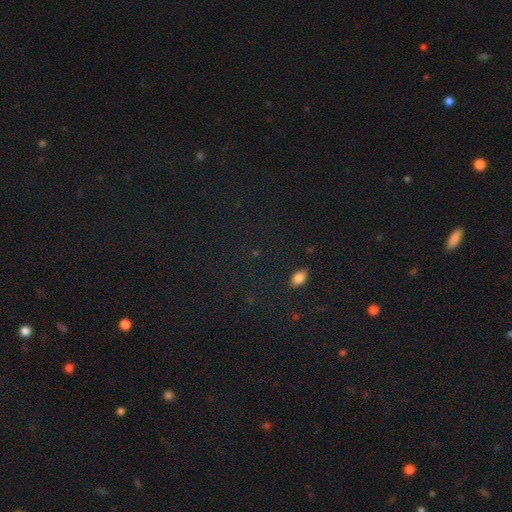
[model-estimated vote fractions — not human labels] Smooth or featured? Predicted: star or artifact (p=0.74).